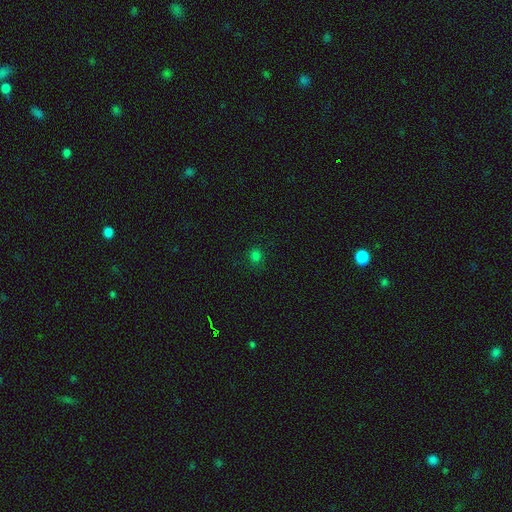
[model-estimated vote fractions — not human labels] A smooth galaxy with no disk features (78%) that is round (81%). Merging: none (87%).